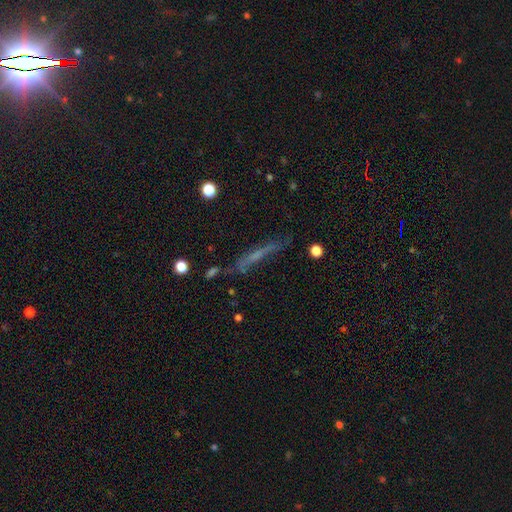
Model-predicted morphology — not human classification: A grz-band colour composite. It shows a featured or disk galaxy (47%). Merging: none (61%).